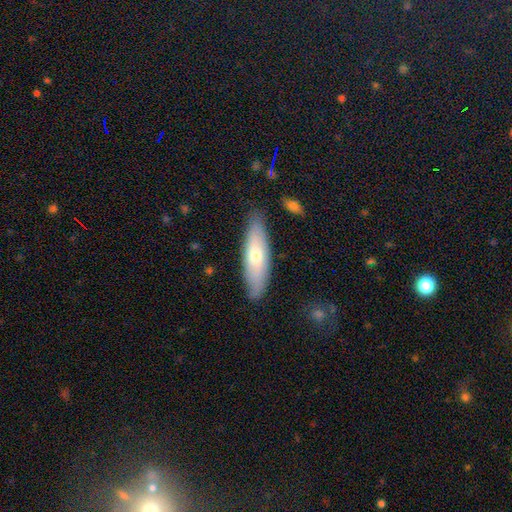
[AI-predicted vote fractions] Morphology: type=smooth (59%); roundness=cigar-shaped (55%); merging=none (85%).